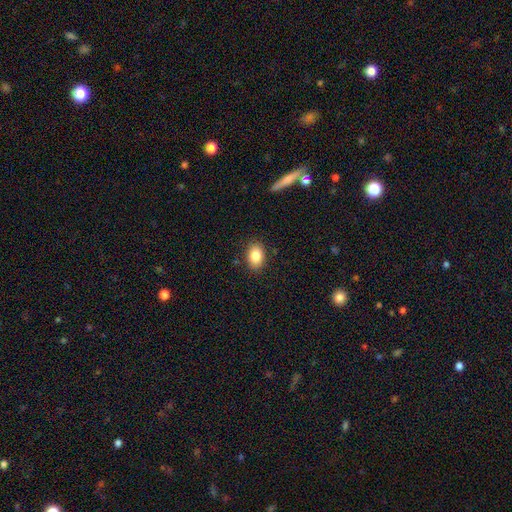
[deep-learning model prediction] Smooth or featured: smooth — 84% (star or artifact — 8%)
How rounded: in between — 80% (round — 18%)
Merging: none — 88% (minor disturbance — 9%)